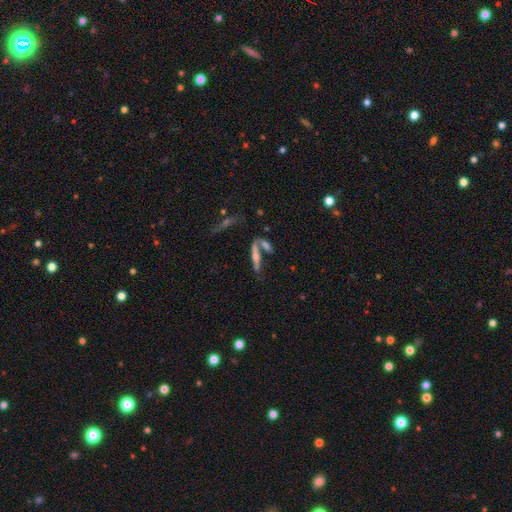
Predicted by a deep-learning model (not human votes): The model was most divided on "smooth or featured": featured or disk: 54%, smooth: 35%, star or artifact: 11%. Remaining: edge-on disk — yes (84%); merging — none (50%).